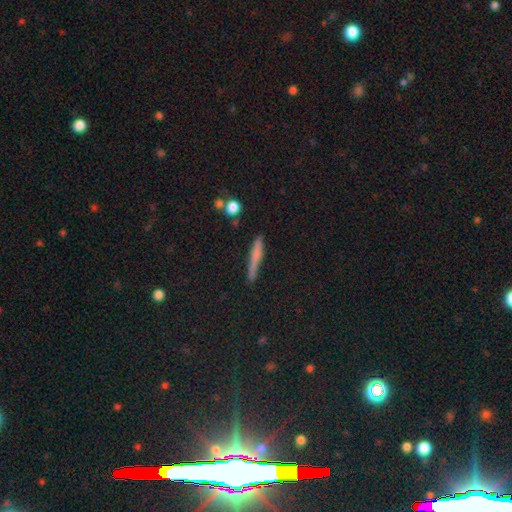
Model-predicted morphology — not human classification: This is likely a smooth galaxy (62%). How rounded: clearly cigar-shaped (92%). Merging: clearly none (82%).